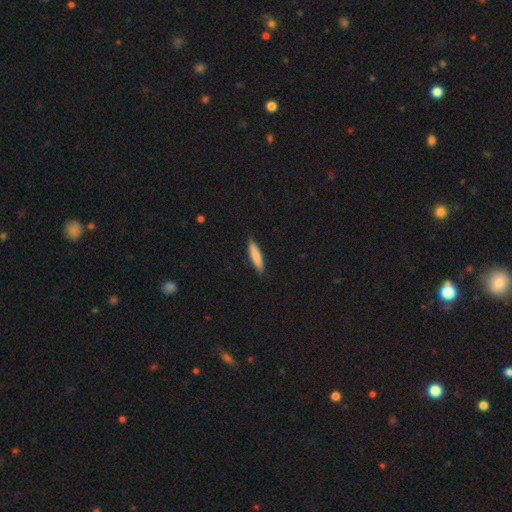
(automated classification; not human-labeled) smooth_or_featured: smooth (p=0.81) [alt: featured or disk p=0.14]
how_rounded: cigar-shaped (p=0.85) [alt: in between p=0.14]
merging: none (p=0.89) [alt: minor disturbance p=0.08]